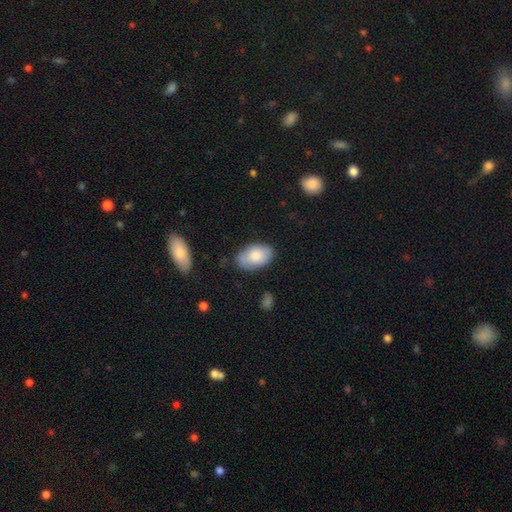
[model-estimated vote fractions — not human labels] Smooth or featured? Predicted: smooth (p=0.80). How rounded? Predicted: in between (p=0.92). Merging? Predicted: none (p=0.78).